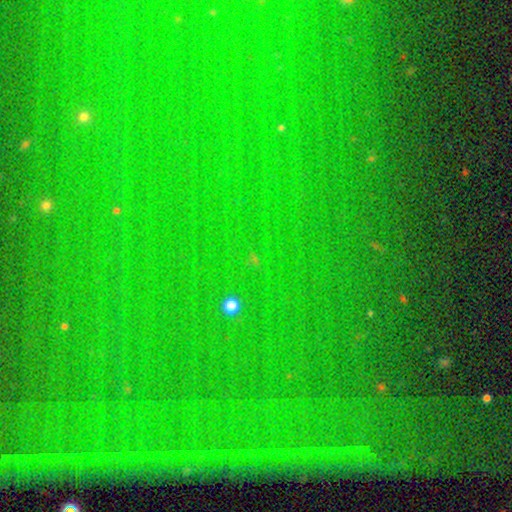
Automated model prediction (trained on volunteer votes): Morphology: type=star or artifact (79%).